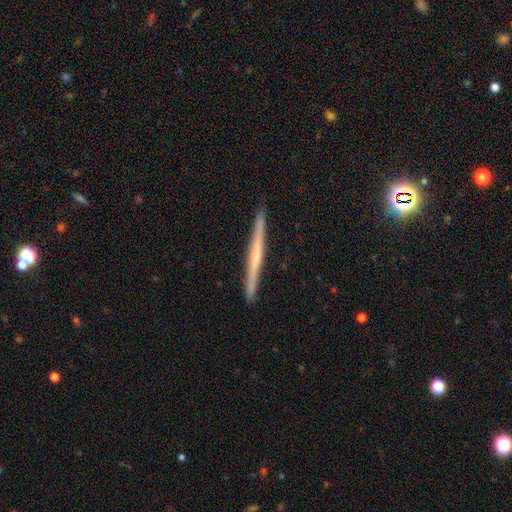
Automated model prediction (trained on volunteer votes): A featured or disk galaxy (58%) viewed edge-on (97%) with no central bulge (69%).

Vote fractions:
- Smooth or featured? featured or disk: 58% / smooth: 36% / star or artifact: 6%
- Edge-on disk? yes: 97% / no: 3%
- Edge-on bulge? none: 69% / rounded: 23% / boxy: 7%
- Merging? none: 92% / minor disturbance: 6% / major disturbance: 1% / merger: 1%